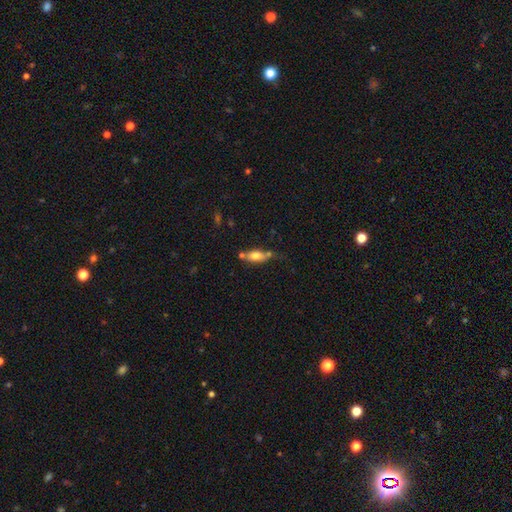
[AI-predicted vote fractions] This is likely a smooth galaxy (70%). How rounded: likely in between (76%). Merging: marginally none (44%).